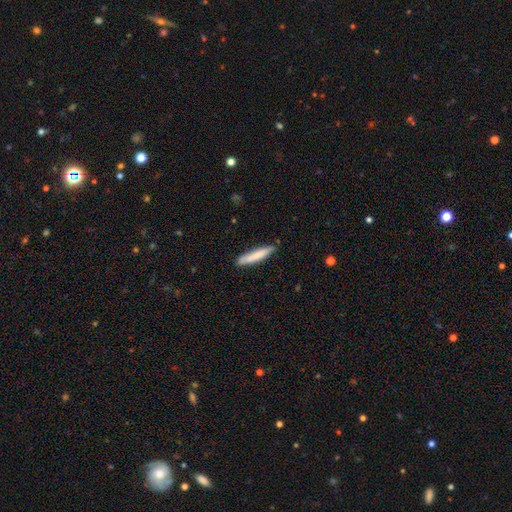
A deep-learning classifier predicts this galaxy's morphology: This appears to be a smooth galaxy with no disk features (79%) that is cigar-shaped (91%). Merging: none (83%).